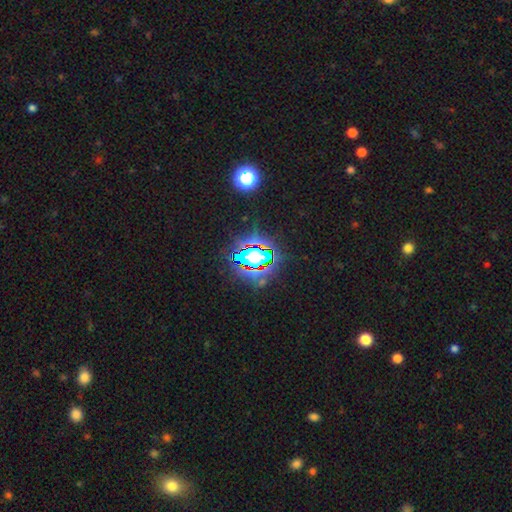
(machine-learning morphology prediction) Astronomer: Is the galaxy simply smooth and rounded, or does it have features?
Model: star or artifact — 72%.